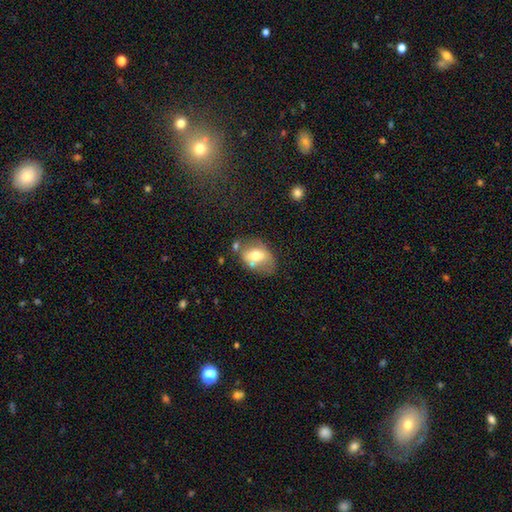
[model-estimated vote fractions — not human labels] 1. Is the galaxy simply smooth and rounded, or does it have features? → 56% smooth, 35% featured or disk, 8% star or artifact.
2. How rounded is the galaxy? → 77% in between, 21% round, 2% cigar-shaped.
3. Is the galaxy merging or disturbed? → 45% none, 25% minor disturbance, 19% merger, 11% major disturbance.